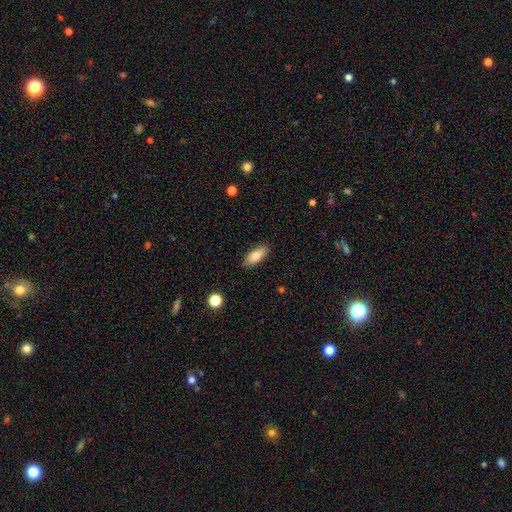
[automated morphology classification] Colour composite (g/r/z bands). It shows a smooth galaxy with no disk features (82%) that is in between round and cigar-shaped (80%). Merging: none (86%).